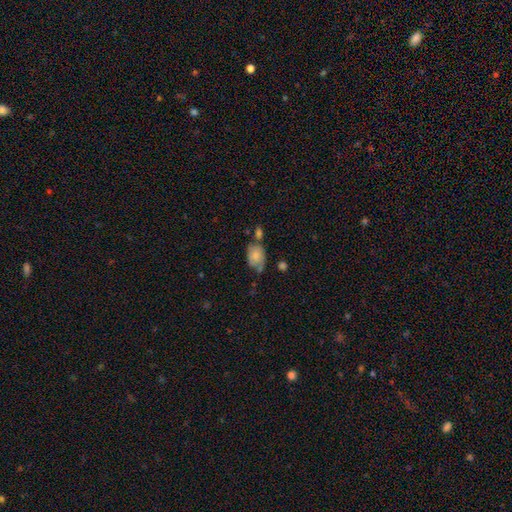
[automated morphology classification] A smooth galaxy with no disk features (70%) that is in between round and cigar-shaped (75%).

Vote fractions:
- Smooth or featured? smooth: 70% / featured or disk: 22% / star or artifact: 8%
- How rounded? in between: 75% / round: 23% / cigar-shaped: 1%
- Merging? none: 41% / minor disturbance: 29% / merger: 19% / major disturbance: 12%